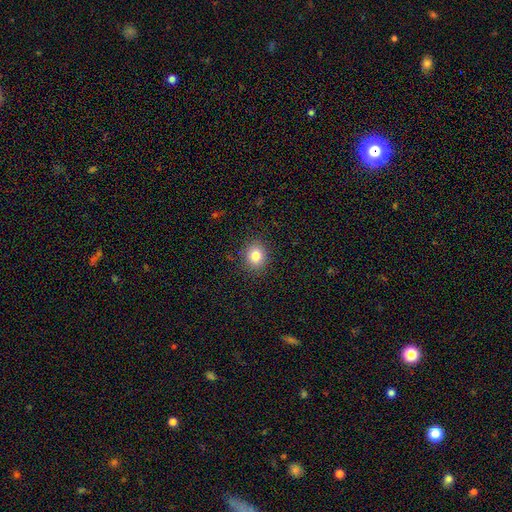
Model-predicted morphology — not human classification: This is clearly a smooth galaxy (82%). How rounded: likely round (70%). Merging: clearly none (89%).